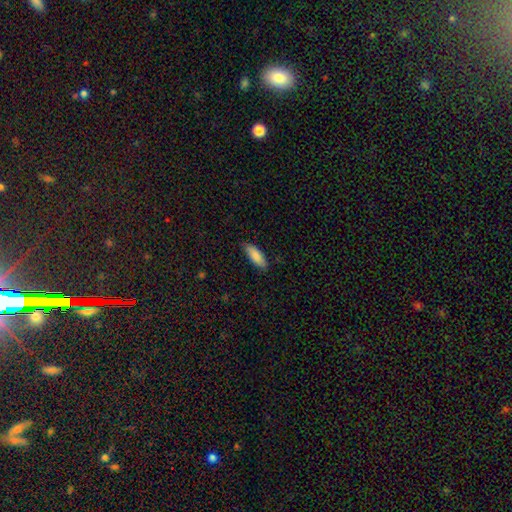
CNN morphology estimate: A smooth galaxy with no disk features (86%) that is in between round and cigar-shaped (70%). Merging: none (79%).